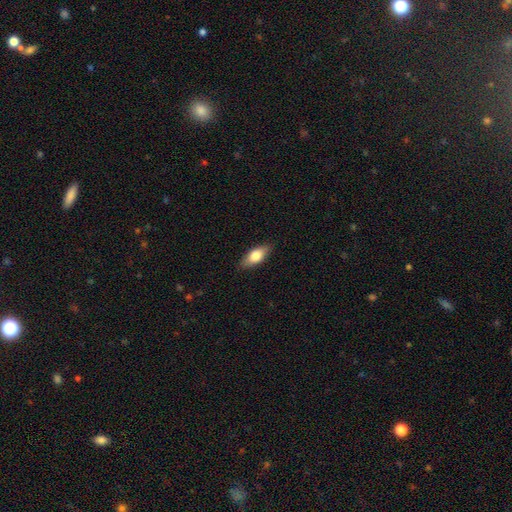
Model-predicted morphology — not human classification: Smooth or featured? Predicted: smooth (p=0.74). How rounded? Predicted: in between (p=0.82). Merging? Predicted: none (p=0.87).